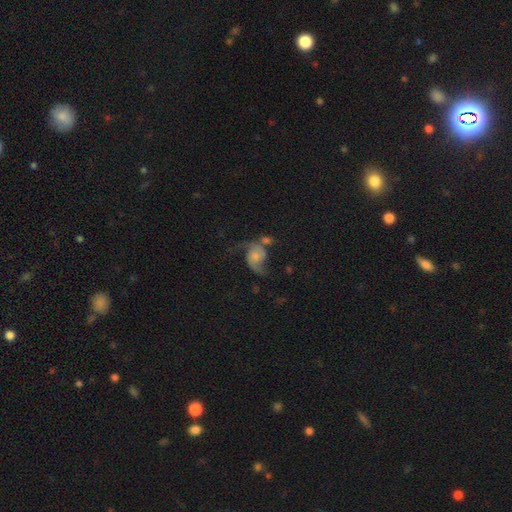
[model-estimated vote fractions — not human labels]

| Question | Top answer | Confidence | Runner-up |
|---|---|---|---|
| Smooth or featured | featured or disk | 78% | smooth (14%) |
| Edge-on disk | no | 98% | yes (2%) |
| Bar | no | 68% | weak (27%) |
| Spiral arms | yes | 94% | no (6%) |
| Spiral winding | loose | 64% | medium (29%) |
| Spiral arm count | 2 | 89% | 1 (5%) |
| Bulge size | small | 37% | moderate (30%) |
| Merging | none | 43% | merger (19%) |